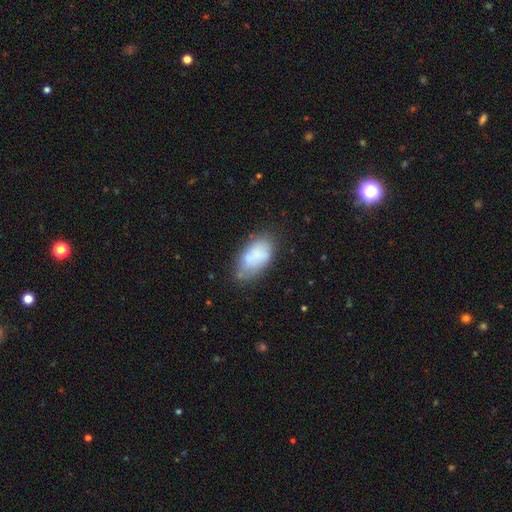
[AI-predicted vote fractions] This appears to be a smooth galaxy with no disk features (66%) that is in between round and cigar-shaped (94%). Merging: none (50%).